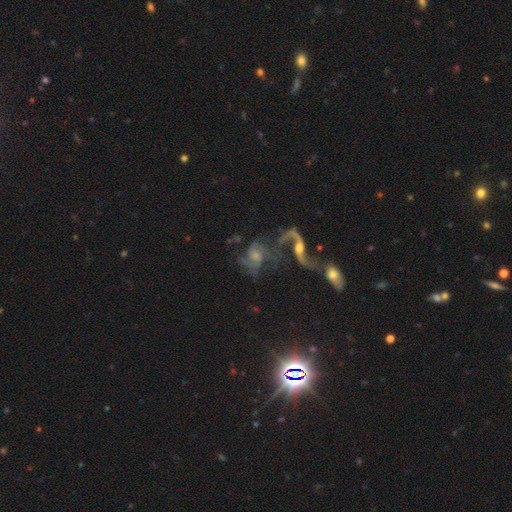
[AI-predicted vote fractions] Smooth or featured? Predicted: featured or disk (p=0.72). Edge-on disk? Predicted: no (p=0.95). Bar? Predicted: no (p=0.57). Spiral arms? Predicted: yes (p=0.85). Spiral winding? Predicted: loose (p=0.62). Spiral arm count? Predicted: 2 (p=0.55). Bulge size? Predicted: small (p=0.40). Merging? Predicted: merger (p=0.47).